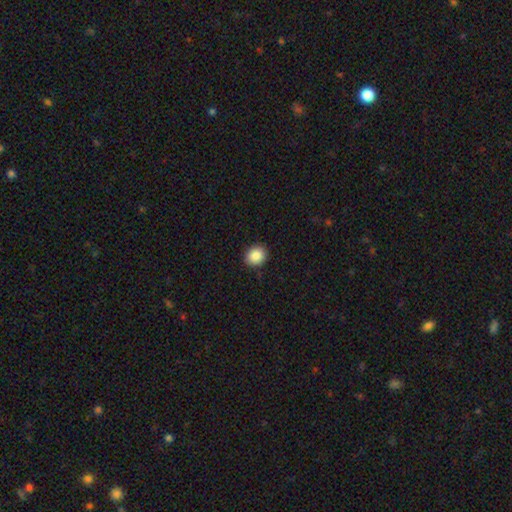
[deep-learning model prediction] The model was most divided on "how rounded": round: 70%, in between: 29%, cigar-shaped: 1%. More confident: merging — none (90%); smooth or featured — smooth (88%).